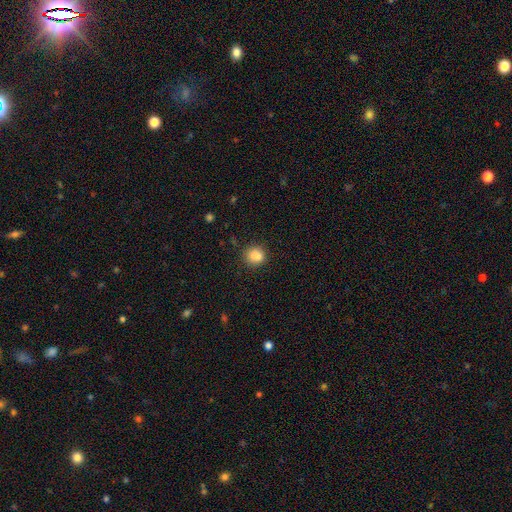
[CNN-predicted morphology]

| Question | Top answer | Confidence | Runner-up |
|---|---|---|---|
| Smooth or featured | smooth | 86% | star or artifact (10%) |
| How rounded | round | 75% | in between (24%) |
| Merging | none | 81% | minor disturbance (12%) |